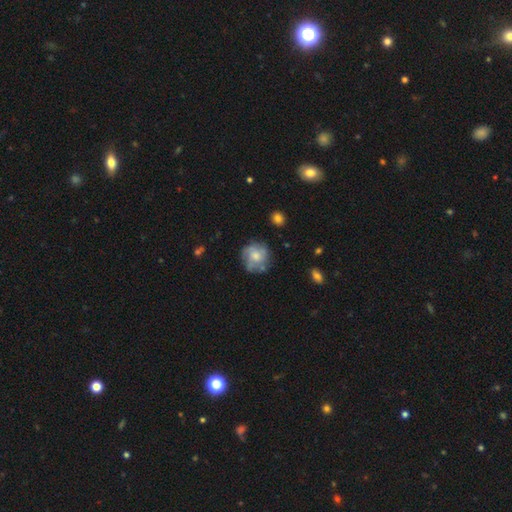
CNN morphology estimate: Overall: featured or disk (49%; smooth 43%). Merging: none (70%).